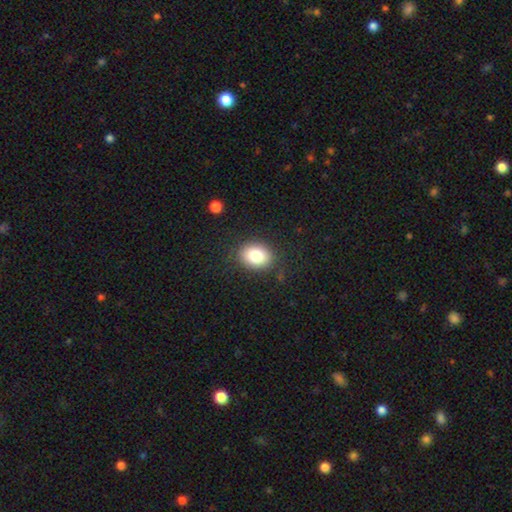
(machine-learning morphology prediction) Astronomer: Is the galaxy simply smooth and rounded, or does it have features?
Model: smooth — 82%.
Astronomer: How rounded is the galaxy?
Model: in between — 56% (runner-up: round, 43%).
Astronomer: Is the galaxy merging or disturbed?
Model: none — 85%.